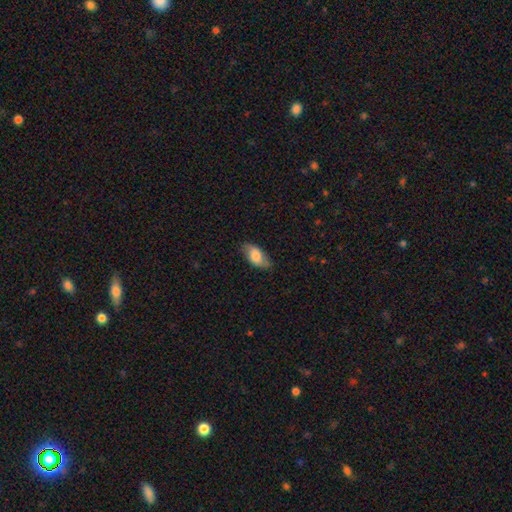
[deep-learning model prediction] Smooth or featured: smooth — 72% (featured or disk — 21%)
How rounded: in between — 91% (cigar-shaped — 6%)
Merging: none — 75% (minor disturbance — 20%)